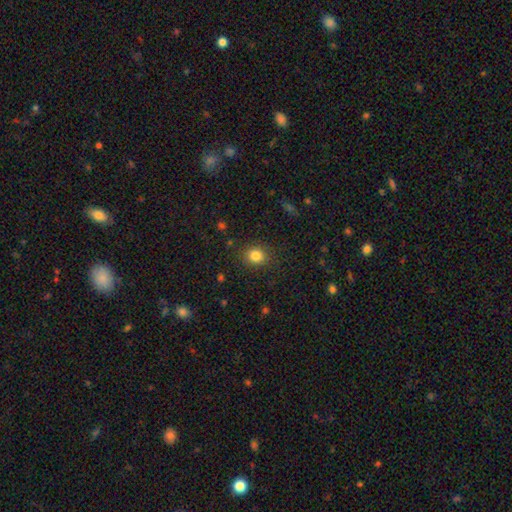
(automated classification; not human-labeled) A smooth galaxy with no disk features (83%) that is round (70%). Merging: none (87%).